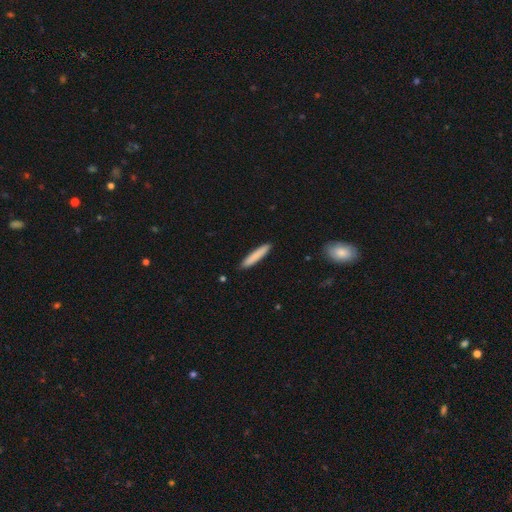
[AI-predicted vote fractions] This is clearly a smooth galaxy (83%). How rounded: clearly cigar-shaped (93%). Merging: clearly none (91%).